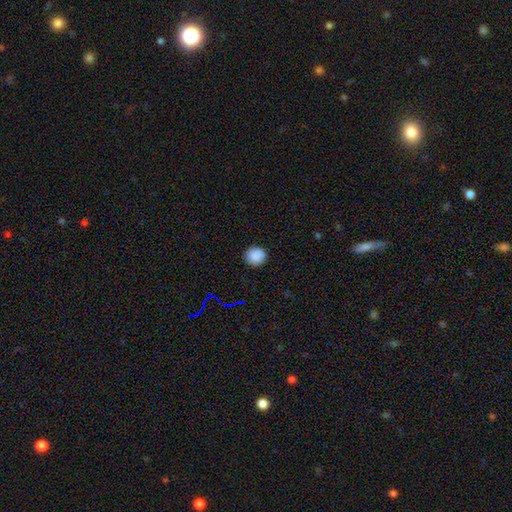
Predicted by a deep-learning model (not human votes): This is clearly a smooth galaxy (87%). How rounded: clearly round (93%). Merging: clearly none (90%).